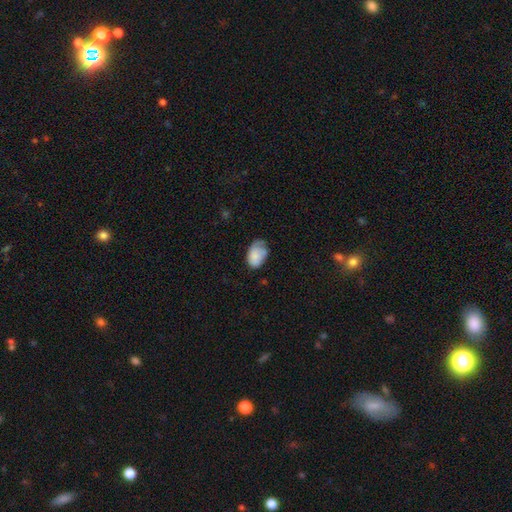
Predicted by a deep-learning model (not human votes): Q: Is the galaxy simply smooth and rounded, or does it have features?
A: smooth — 80%.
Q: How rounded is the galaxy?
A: in between — 88%.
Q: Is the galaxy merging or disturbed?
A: none — 42%.